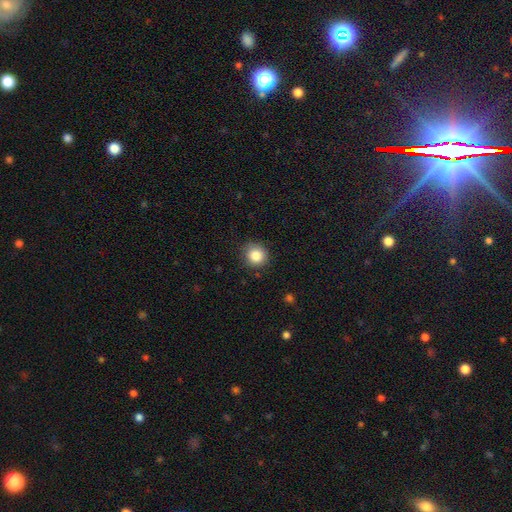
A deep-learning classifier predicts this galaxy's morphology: type=smooth (85%); roundness=round (91%); merging=none (86%).